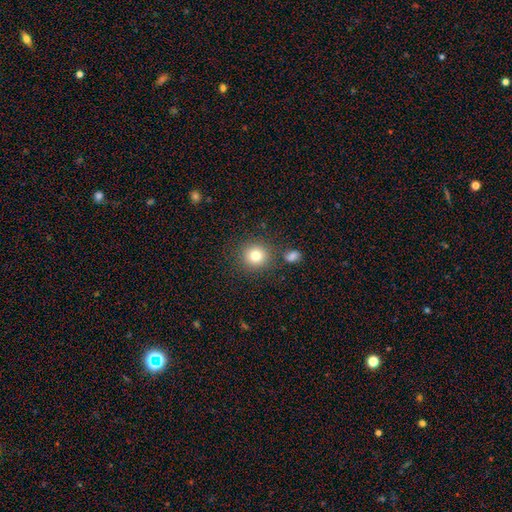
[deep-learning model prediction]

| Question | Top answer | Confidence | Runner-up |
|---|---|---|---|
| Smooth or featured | smooth | 81% | star or artifact (11%) |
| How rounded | round | 90% | in between (9%) |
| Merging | none | 82% | minor disturbance (8%) |